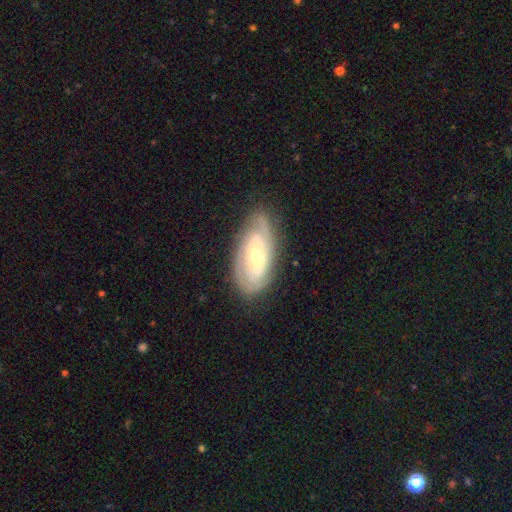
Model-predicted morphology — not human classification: Smooth or featured? Predicted: featured or disk (p=0.79). Edge-on disk? Predicted: no (p=0.92). Bar? Predicted: no (p=0.70). Spiral arms? Predicted: yes (p=0.89). Spiral winding? Predicted: tight (p=0.66). Spiral arm count? Predicted: 2 (p=0.39). Bulge size? Predicted: moderate (p=0.55). Merging? Predicted: none (p=0.76).